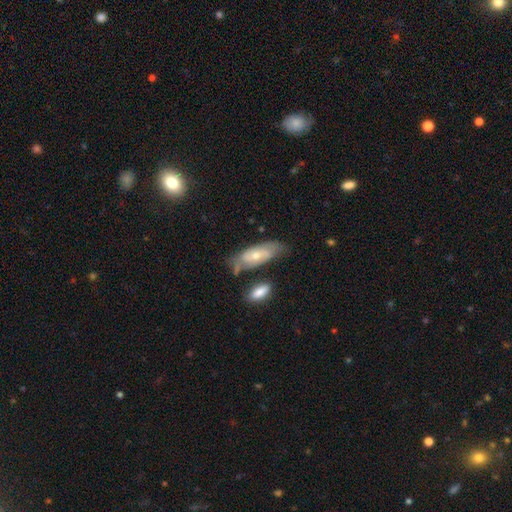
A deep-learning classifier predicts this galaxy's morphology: Q: Smooth or featured?
A: smooth (47%); runner-up: featured or disk (46%)
Q: Merging?
A: none (57%); runner-up: minor disturbance (25%)